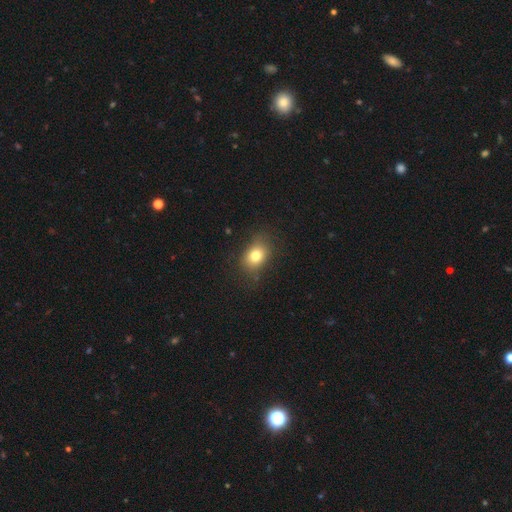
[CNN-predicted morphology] smooth-or-featured: smooth: 78% | star or artifact: 12% | featured or disk: 11%
  how-rounded: in between: 63% | round: 36% | cigar-shaped: 1%
  merging: none: 78% | minor disturbance: 16% | major disturbance: 5% | merger: 1%